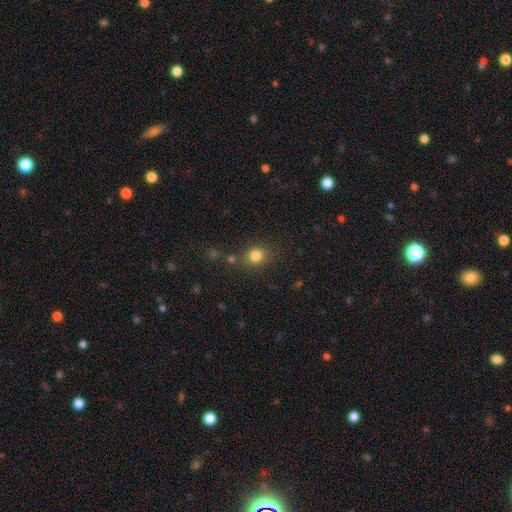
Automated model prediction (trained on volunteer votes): Smooth or featured?
  - smooth: 81% *
  - star or artifact: 13%
  - featured or disk: 6%
How rounded?
  - round: 75% *
  - in between: 24%
  - cigar-shaped: 1%
Merging?
  - none: 76% *
  - minor disturbance: 12%
  - merger: 7%
  - major disturbance: 5%